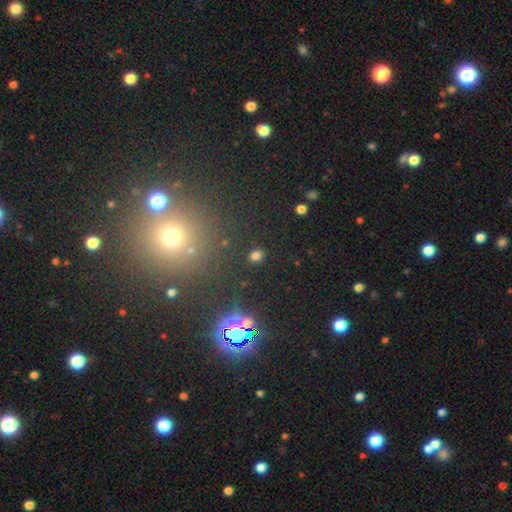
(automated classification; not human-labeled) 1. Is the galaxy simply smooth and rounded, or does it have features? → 73% smooth, 21% star or artifact, 6% featured or disk.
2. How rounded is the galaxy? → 56% round, 42% in between, 2% cigar-shaped.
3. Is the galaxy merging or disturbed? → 87% none, 7% minor disturbance, 3% major disturbance, 2% merger.